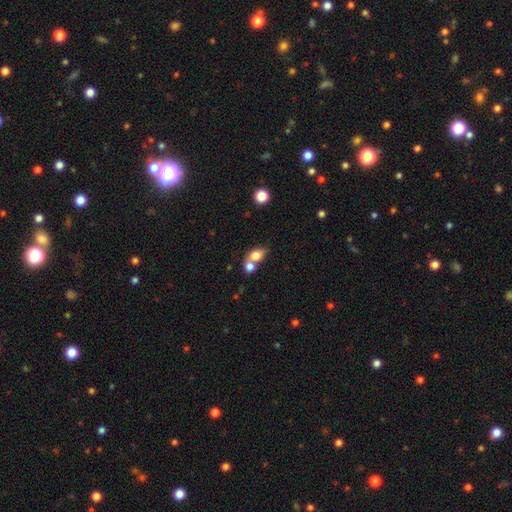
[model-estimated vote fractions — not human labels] A smooth galaxy with no disk features (79%) that is in between round and cigar-shaped (70%).

Vote fractions:
- Smooth or featured? smooth: 79% / featured or disk: 12% / star or artifact: 9%
- How rounded? in between: 70% / round: 28% / cigar-shaped: 2%
- Merging? merger: 57% / none: 31% / minor disturbance: 8% / major disturbance: 4%